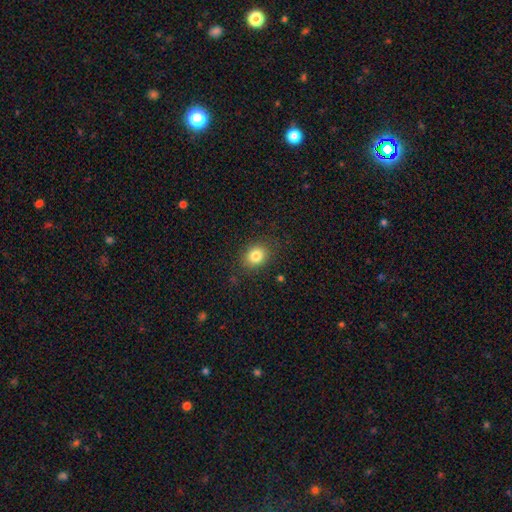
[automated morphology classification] Overall: smooth (82%). How rounded: round (55%; in between 44%). Merging: none (84%).